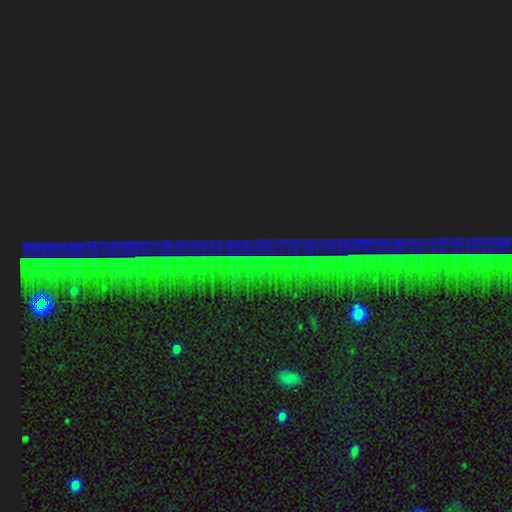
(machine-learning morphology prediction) star or artifact 86%, featured or disk 7%, smooth 6%.